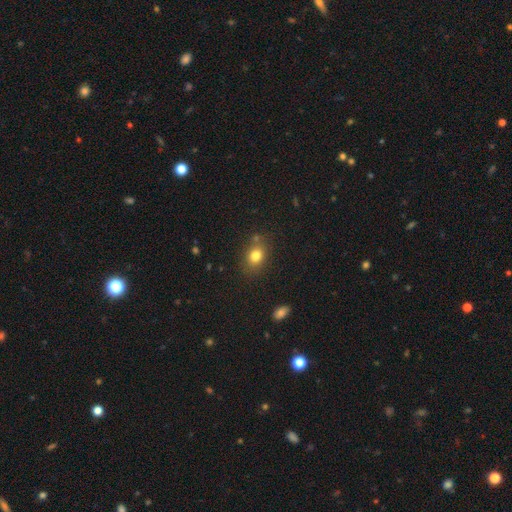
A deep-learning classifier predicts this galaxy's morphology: A smooth galaxy with no disk features (79%) that is in between round and cigar-shaped (53%). Merging: none (75%).